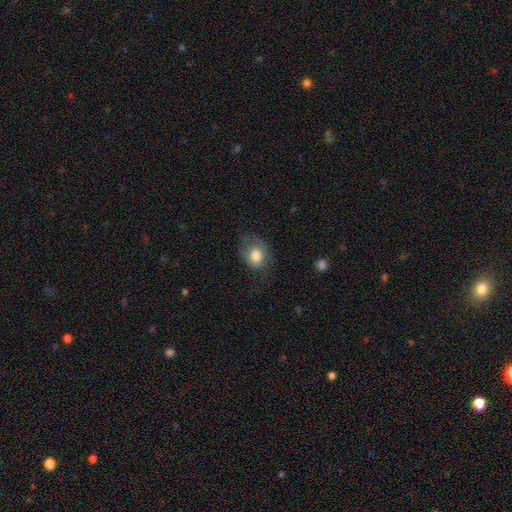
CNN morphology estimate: smooth_or_featured: smooth (p=0.77) [alt: featured or disk p=0.15]
how_rounded: in between (p=0.59) [alt: round p=0.40]
merging: none (p=0.49) [alt: minor disturbance p=0.28]